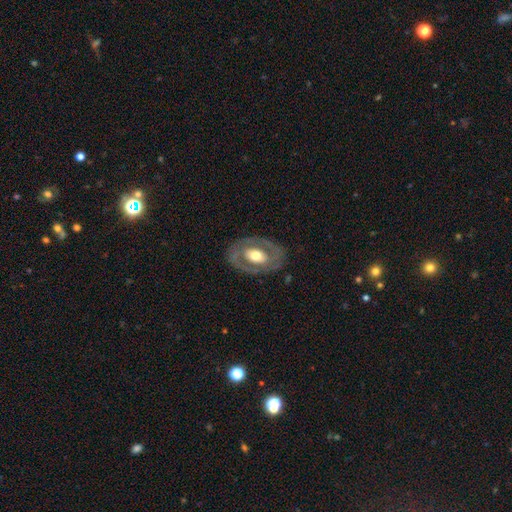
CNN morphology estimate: Q: Smooth or featured?
A: featured or disk (62%); runner-up: smooth (32%)
Q: Edge-on disk?
A: no (92%); runner-up: yes (8%)
Q: Bar?
A: no (68%); runner-up: weak (21%)
Q: Spiral arms?
A: no (72%); runner-up: yes (28%)
Q: Bulge size?
A: moderate (60%); runner-up: large (29%)
Q: Merging?
A: none (79%); runner-up: minor disturbance (13%)